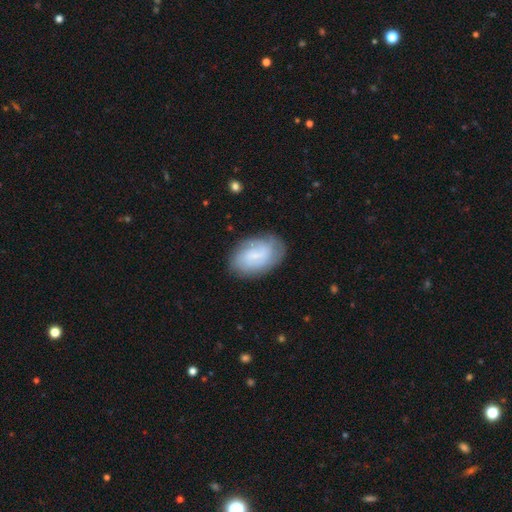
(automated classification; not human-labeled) A featured or disk galaxy (56%) with a weak bar (50%), spiral arms (83%) and a small central bulge (62%).

Vote fractions:
- Smooth or featured? featured or disk: 56% / smooth: 37% / star or artifact: 7%
- Edge-on disk? no: 96% / yes: 4%
- Bar? weak: 50% / no: 37% / strong: 13%
- Spiral arms? yes: 83% / no: 17%
- Bulge size? small: 62% / none: 19% / moderate: 16% / large: 2% / dominant: 1%
- Merging? none: 76% / minor disturbance: 17% / major disturbance: 6% / merger: 1%